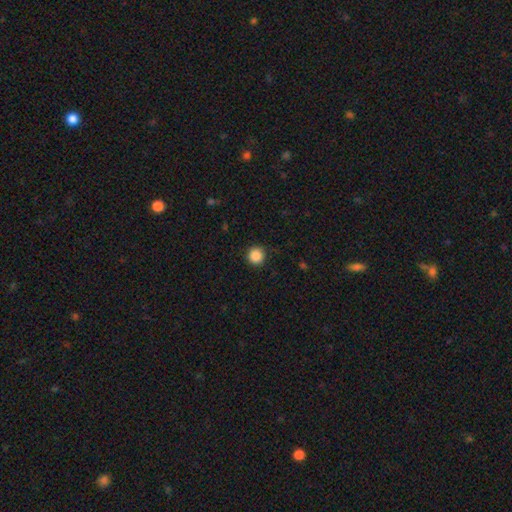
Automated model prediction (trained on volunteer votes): Smooth or featured? Predicted: smooth (p=0.87). How rounded? Predicted: round (p=0.95). Merging? Predicted: none (p=0.91).